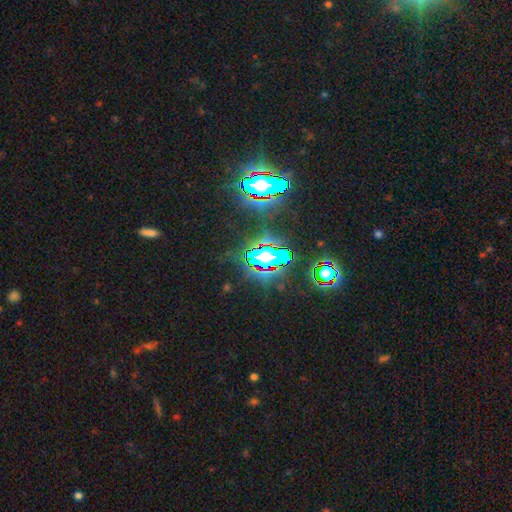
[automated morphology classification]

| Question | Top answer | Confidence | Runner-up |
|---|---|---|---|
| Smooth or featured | star or artifact | 84% | smooth (9%) |